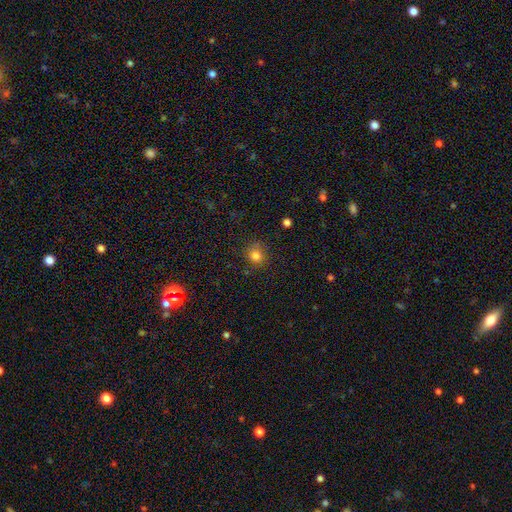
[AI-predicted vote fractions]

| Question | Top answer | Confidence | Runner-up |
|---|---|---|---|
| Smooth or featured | smooth | 80% | star or artifact (13%) |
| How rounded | round | 88% | in between (11%) |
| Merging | none | 81% | minor disturbance (13%) |